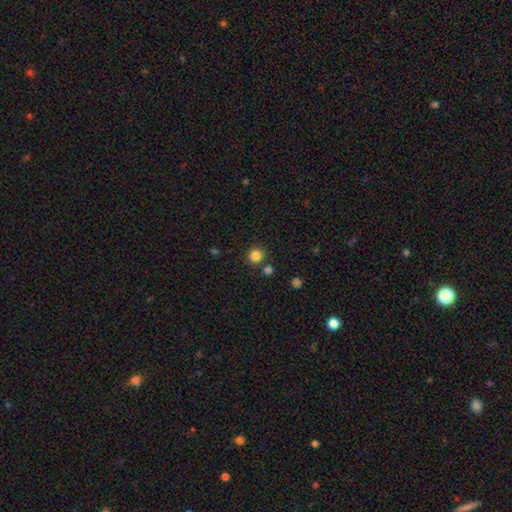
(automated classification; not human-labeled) smooth_or_featured: smooth (p=0.84) [alt: star or artifact p=0.12]
how_rounded: round (p=0.92) [alt: in between p=0.07]
merging: none (p=0.83) [alt: merger p=0.08]